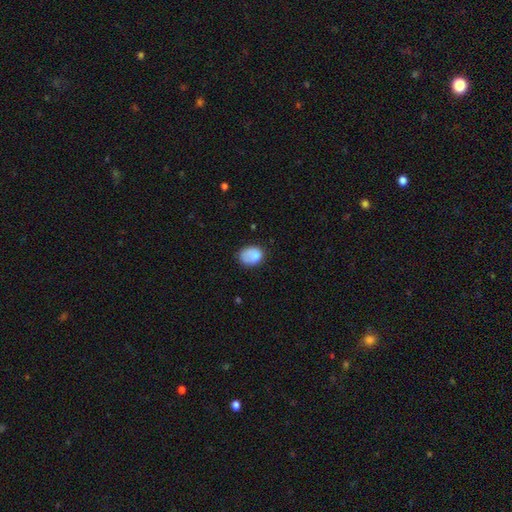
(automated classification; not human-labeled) A smooth galaxy with no disk features (75%) that is in between round and cigar-shaped (63%).

Vote fractions:
- Smooth or featured? smooth: 75% / featured or disk: 16% / star or artifact: 8%
- How rounded? in between: 63% / round: 36% / cigar-shaped: 1%
- Merging? none: 50% / minor disturbance: 29% / major disturbance: 15% / merger: 6%